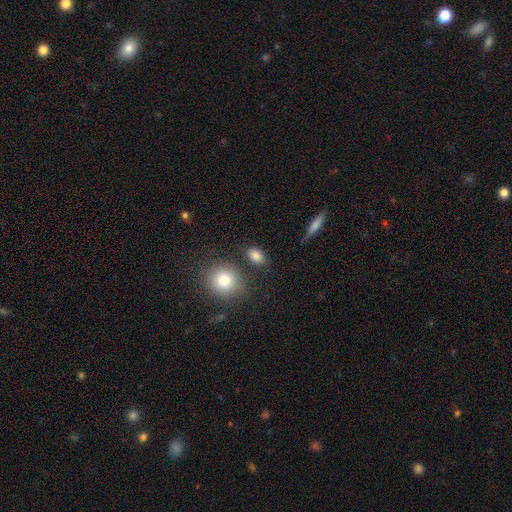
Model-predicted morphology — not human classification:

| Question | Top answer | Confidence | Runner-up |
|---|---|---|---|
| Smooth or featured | smooth | 85% | star or artifact (10%) |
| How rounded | in between | 78% | round (20%) |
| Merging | none | 81% | minor disturbance (11%) |